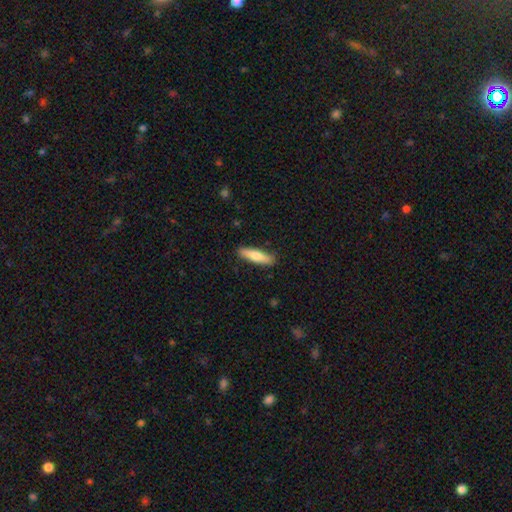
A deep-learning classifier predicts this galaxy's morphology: This is likely a smooth galaxy (73%). How rounded: likely cigar-shaped (73%). Merging: clearly none (88%).